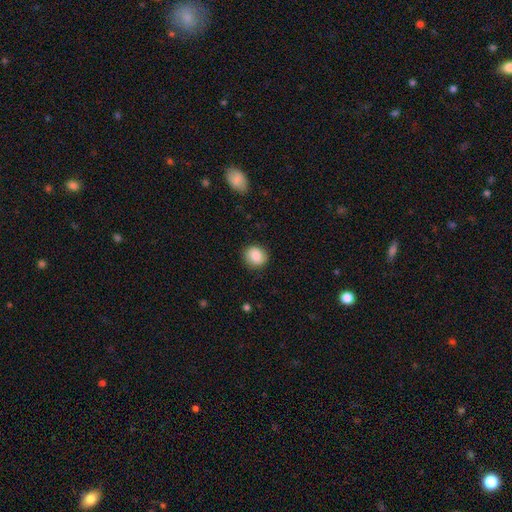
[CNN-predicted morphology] This appears to be a smooth galaxy with no disk features (83%) that is round (82%). Merging: none (84%).